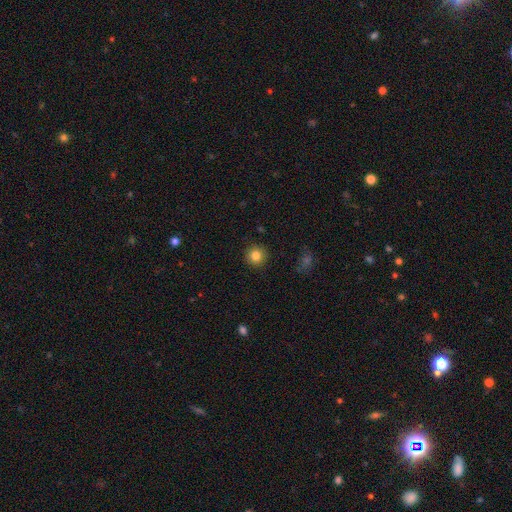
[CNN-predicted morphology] A smooth galaxy with no disk features (83%) that is round (94%). Merging: none (91%).